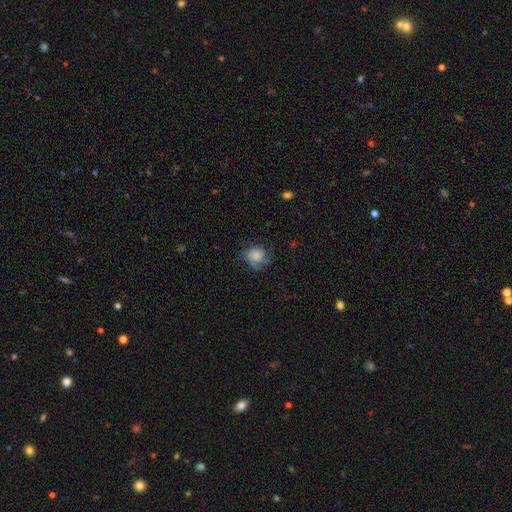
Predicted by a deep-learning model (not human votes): smooth 64%, featured or disk 27%, star or artifact 9%. Down the decision tree: how rounded — round (77%); merging — none (60%).